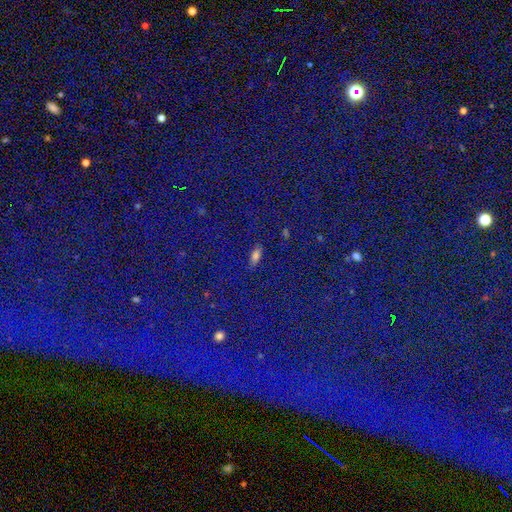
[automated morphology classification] Smooth or featured? smooth (57%)
How rounded? in between (68%)
Merging? none (88%)